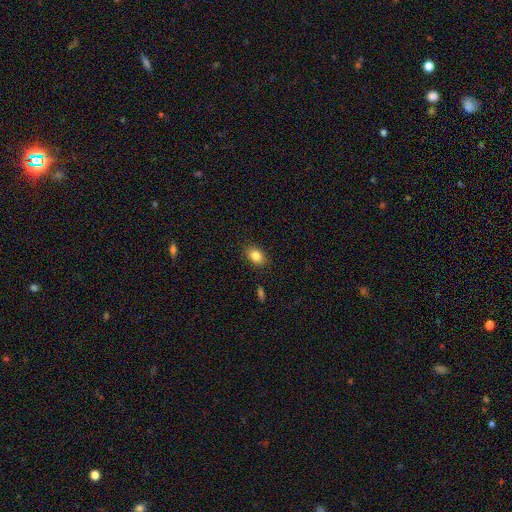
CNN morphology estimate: A smooth galaxy with no disk features (85%) that is in between round and cigar-shaped (80%). Merging: none (87%).